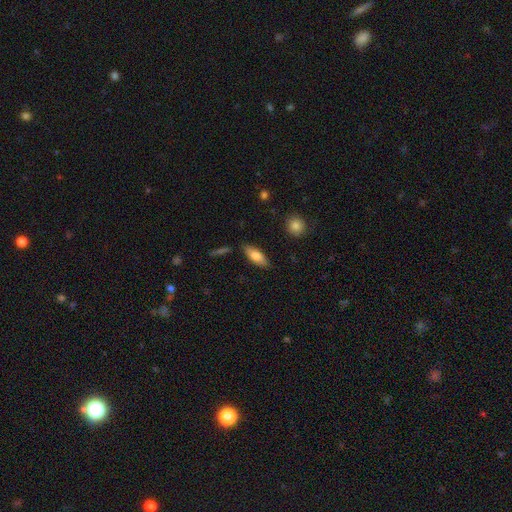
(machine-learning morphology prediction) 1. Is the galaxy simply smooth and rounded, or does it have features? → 75% smooth, 19% featured or disk, 6% star or artifact.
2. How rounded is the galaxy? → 69% in between, 29% cigar-shaped, 2% round.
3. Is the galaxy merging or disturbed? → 84% none, 12% minor disturbance, 2% major disturbance, 2% merger.